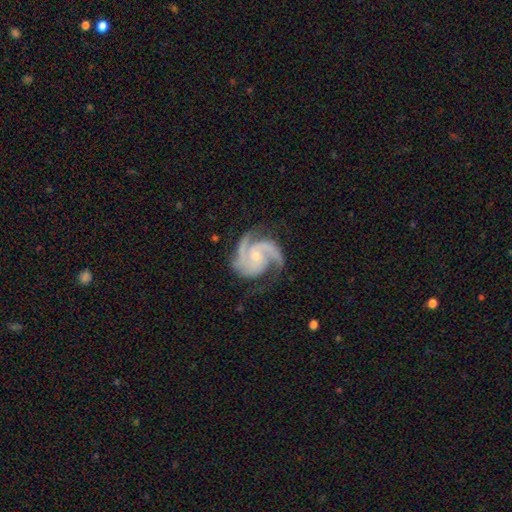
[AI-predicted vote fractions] Smooth or featured? Predicted: featured or disk (p=0.93). Edge-on disk? Predicted: no (p=0.98). Bar? Predicted: no (p=0.67). Spiral arms? Predicted: yes (p=0.99). Spiral winding? Predicted: medium (p=0.51). Spiral arm count? Predicted: 3 (p=0.45). Bulge size? Predicted: small (p=0.64). Merging? Predicted: none (p=0.72).